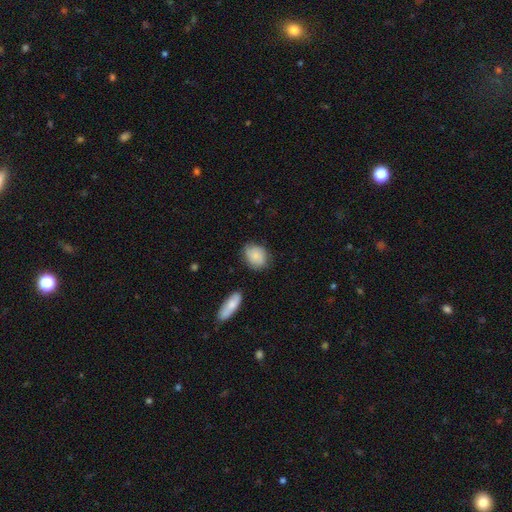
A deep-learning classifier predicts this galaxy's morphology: type=smooth (84%); roundness=in between (55%); merging=none (73%).